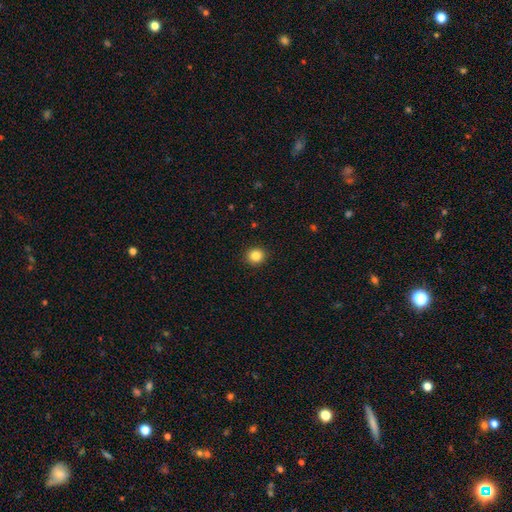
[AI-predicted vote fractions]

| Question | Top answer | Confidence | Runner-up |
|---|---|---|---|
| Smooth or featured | smooth | 85% | star or artifact (11%) |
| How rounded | round | 88% | in between (11%) |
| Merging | none | 93% | minor disturbance (5%) |